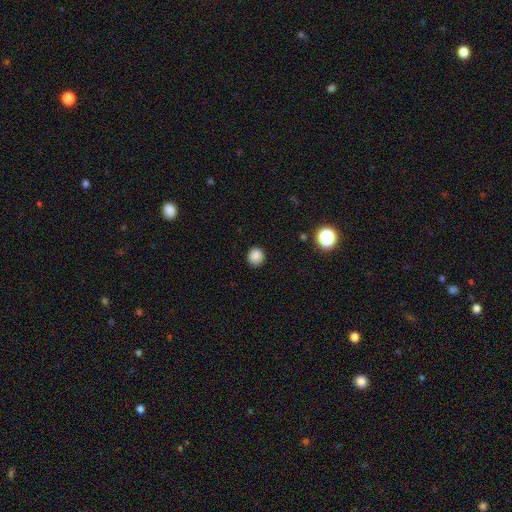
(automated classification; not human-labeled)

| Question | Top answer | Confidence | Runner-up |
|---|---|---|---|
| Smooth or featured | smooth | 86% | star or artifact (11%) |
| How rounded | round | 90% | in between (9%) |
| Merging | none | 91% | minor disturbance (6%) |